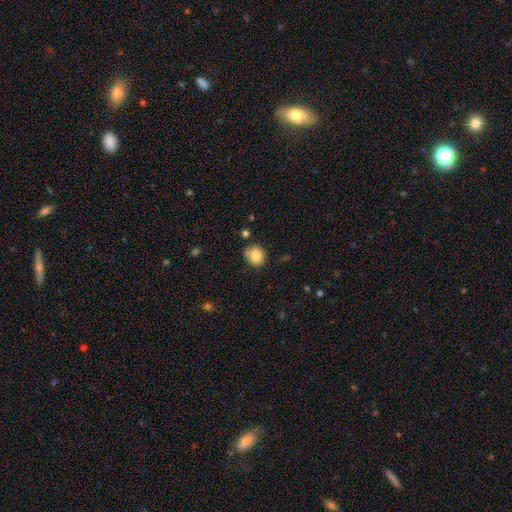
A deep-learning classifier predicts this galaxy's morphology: Smooth or featured: smooth — 81% (star or artifact — 10%)
How rounded: round — 76% (in between — 23%)
Merging: none — 70% (minor disturbance — 18%)